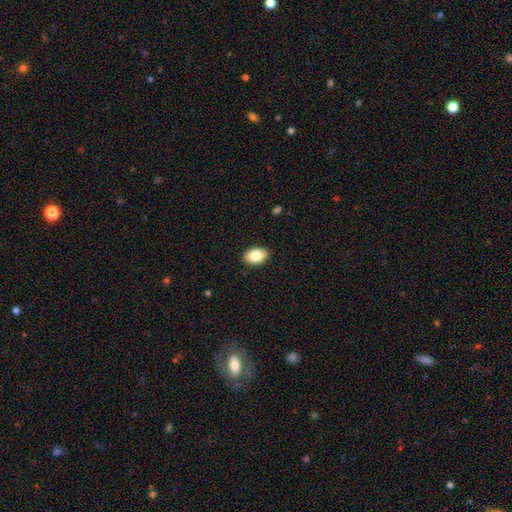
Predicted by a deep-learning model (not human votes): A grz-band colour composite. It shows a smooth galaxy with no disk features (85%) that is in between round and cigar-shaped (88%). Merging: none (90%).